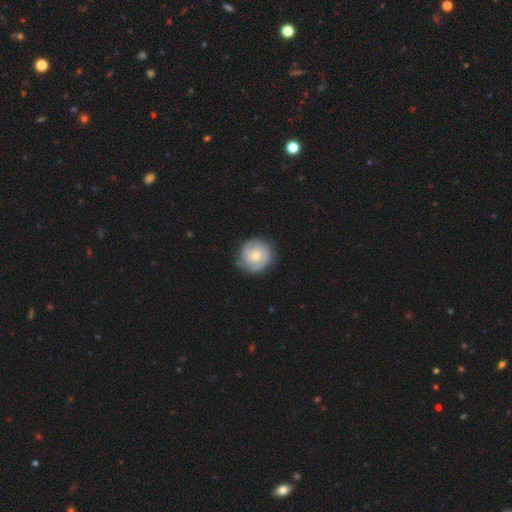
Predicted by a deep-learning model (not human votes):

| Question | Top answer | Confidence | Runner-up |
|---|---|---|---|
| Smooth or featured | featured or disk | 67% | smooth (27%) |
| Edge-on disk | no | 98% | yes (2%) |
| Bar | no | 77% | weak (20%) |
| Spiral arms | yes | 93% | no (7%) |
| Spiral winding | tight | 63% | medium (29%) |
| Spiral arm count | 2 | 47% | 3 (20%) |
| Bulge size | small | 49% | moderate (46%) |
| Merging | none | 81% | minor disturbance (14%) |